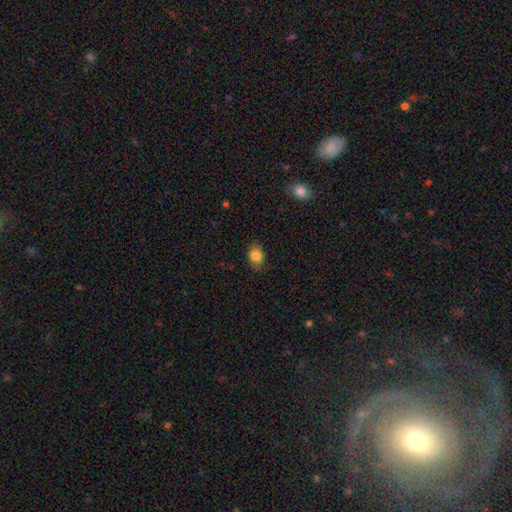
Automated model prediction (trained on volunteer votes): Q: Smooth or featured?
A: smooth (83%); runner-up: star or artifact (9%)
Q: How rounded?
A: in between (70%); runner-up: round (28%)
Q: Merging?
A: none (81%); runner-up: minor disturbance (15%)